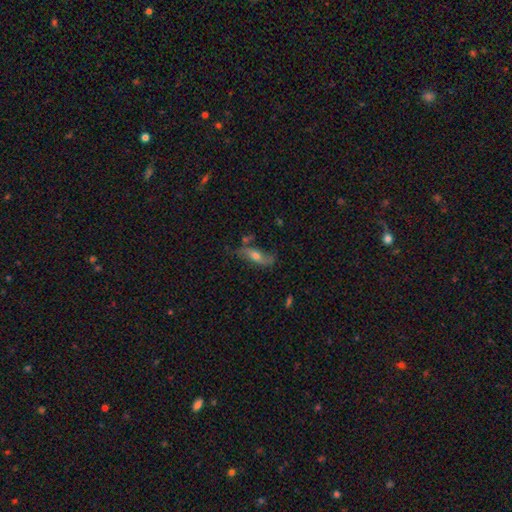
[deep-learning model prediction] Overall: featured or disk (52%; smooth 38%). Edge-on disk: no (58%; yes 42%). Merging: none (59%; minor disturbance 23%).